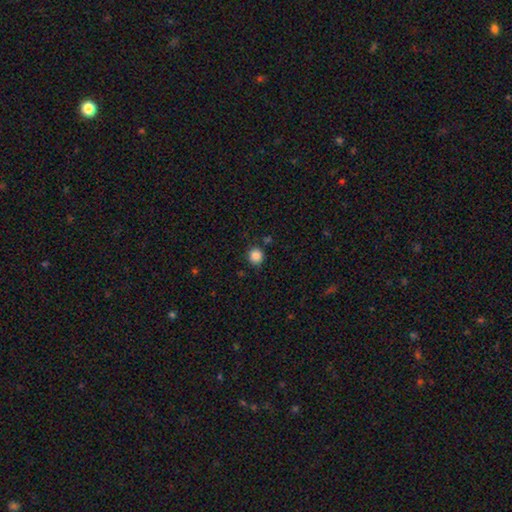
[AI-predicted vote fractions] This appears to be a smooth galaxy with no disk features (86%) that is round (89%). Merging: none (86%).